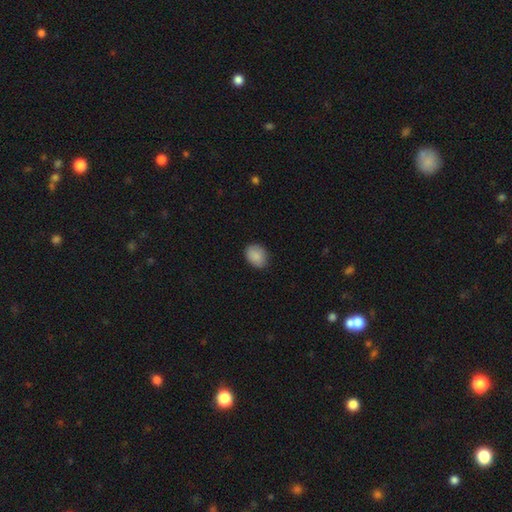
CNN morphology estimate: This is clearly a smooth galaxy (89%). How rounded: possibly in between (55%). Merging: clearly none (83%).